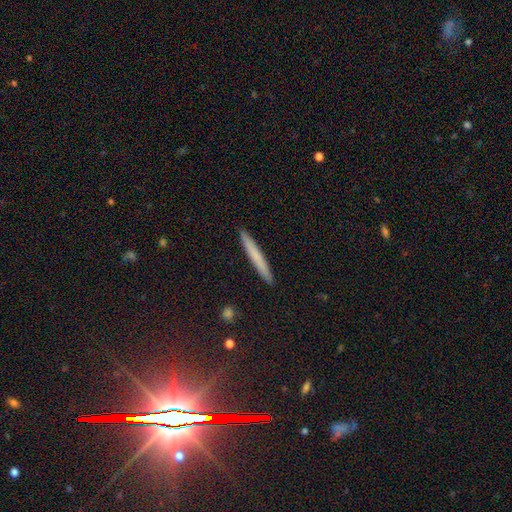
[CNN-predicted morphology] type=smooth (70%); roundness=cigar-shaped (97%); merging=none (92%).